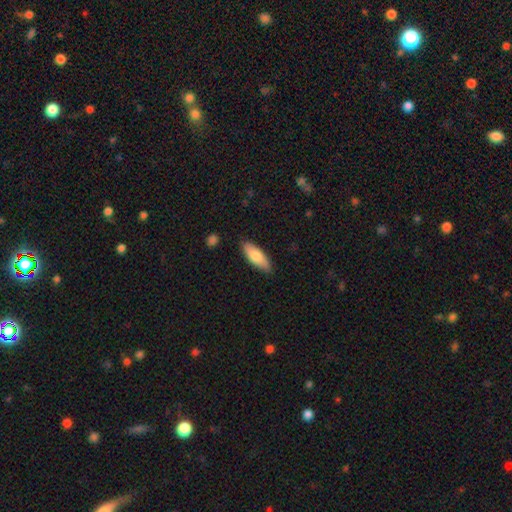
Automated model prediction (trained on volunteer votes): smooth_or_featured: smooth (p=0.78) [alt: featured or disk p=0.16]
how_rounded: in between (p=0.69) [alt: cigar-shaped p=0.29]
merging: none (p=0.86) [alt: minor disturbance p=0.11]